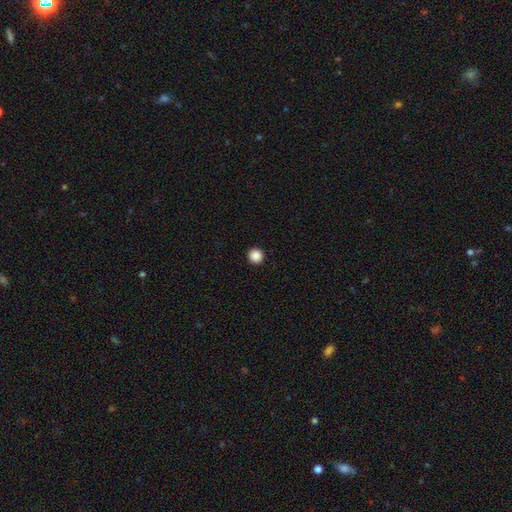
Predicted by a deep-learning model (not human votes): A smooth galaxy with no disk features (88%) that is round (97%). Merging: none (94%).